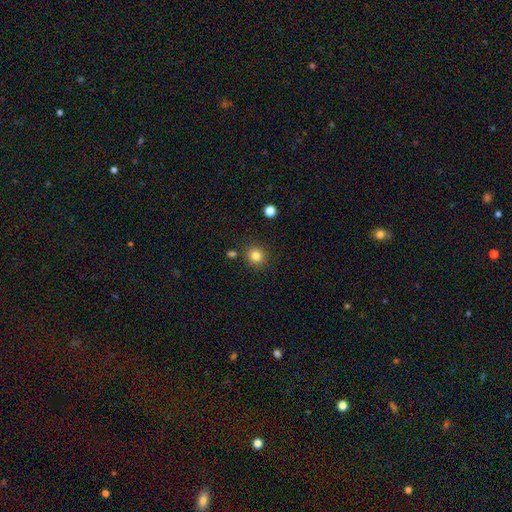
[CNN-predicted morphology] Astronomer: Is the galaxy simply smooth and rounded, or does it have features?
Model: smooth — 83%.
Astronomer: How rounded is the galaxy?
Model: round — 89%.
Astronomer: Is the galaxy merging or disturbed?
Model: none — 86%.